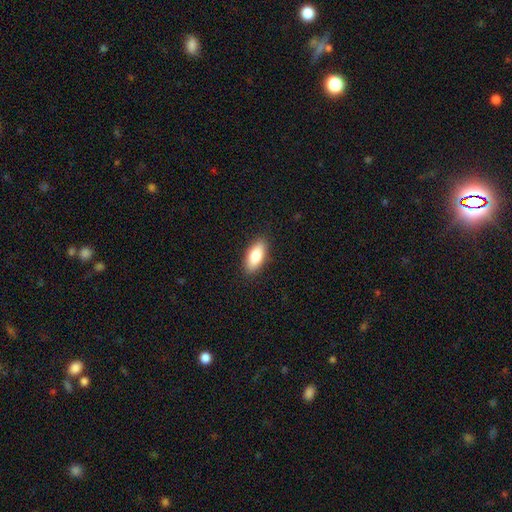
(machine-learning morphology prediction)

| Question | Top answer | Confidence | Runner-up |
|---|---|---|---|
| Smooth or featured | smooth | 83% | featured or disk (11%) |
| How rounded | in between | 86% | cigar-shaped (12%) |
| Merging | none | 89% | minor disturbance (8%) |